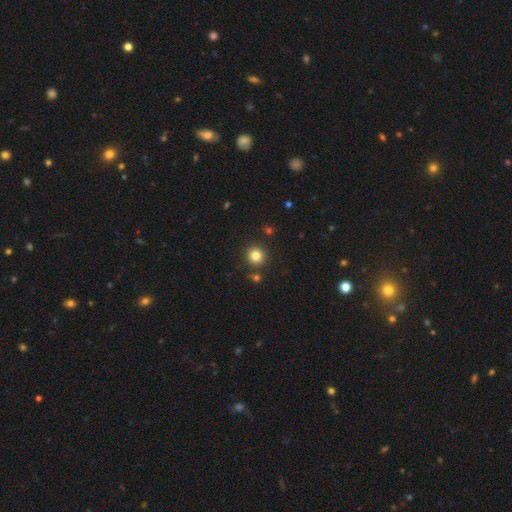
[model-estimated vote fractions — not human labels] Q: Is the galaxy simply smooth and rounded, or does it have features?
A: smooth — 82%.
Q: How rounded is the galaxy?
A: round — 93%.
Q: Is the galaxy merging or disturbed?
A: none — 87%.